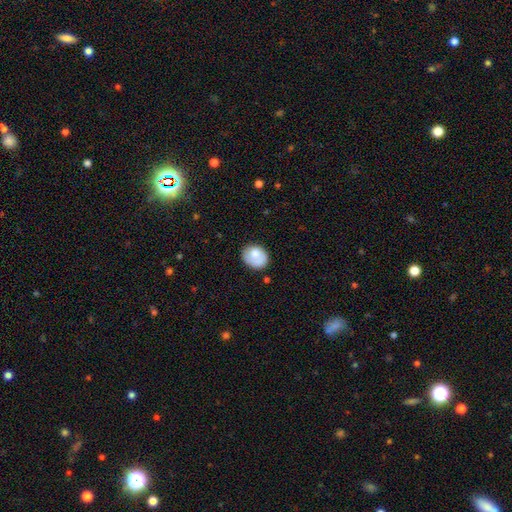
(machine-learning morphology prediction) Smooth or featured? smooth (73%)
How rounded? round (52%)
Merging? none (65%)